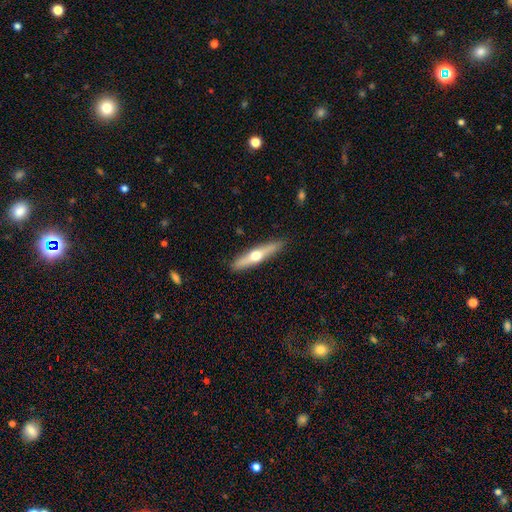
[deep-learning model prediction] Morphology: type=featured or disk (57%); edge-on=yes (94%); edge-on bulge=rounded (94%); merging=none (90%).